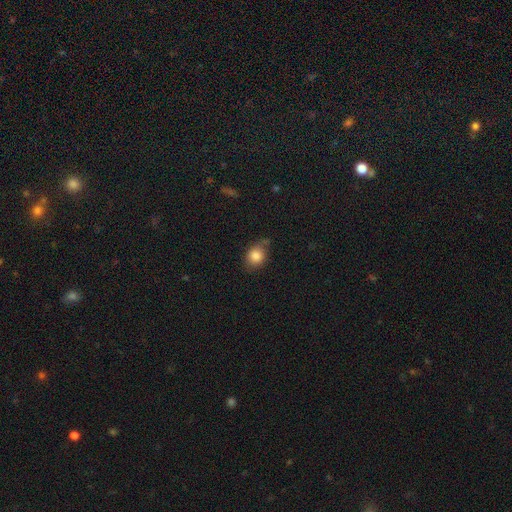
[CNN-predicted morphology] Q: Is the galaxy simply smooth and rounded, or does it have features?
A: smooth — 84%.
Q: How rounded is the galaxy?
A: round — 59%.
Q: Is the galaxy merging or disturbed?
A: none — 62%.